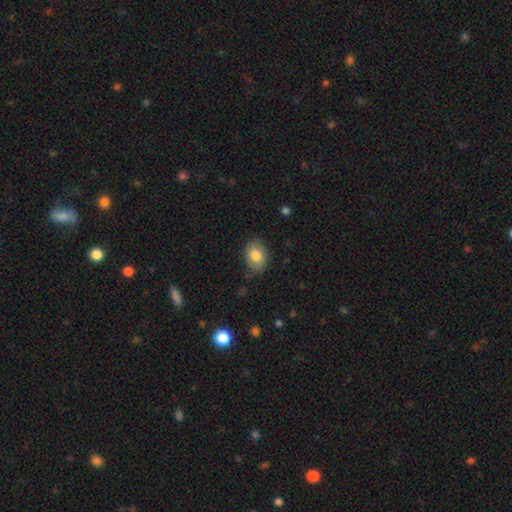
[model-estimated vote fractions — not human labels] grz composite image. It shows a smooth galaxy with no disk features (81%) that is in between round and cigar-shaped (71%). Merging: none (80%).